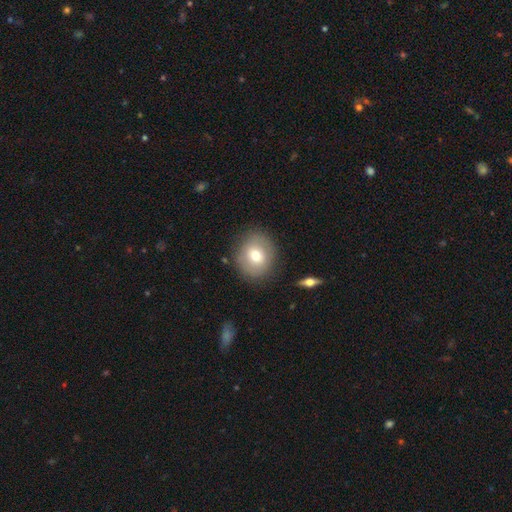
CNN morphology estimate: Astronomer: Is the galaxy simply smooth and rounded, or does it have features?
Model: smooth — 70%.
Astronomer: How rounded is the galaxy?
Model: round — 71%.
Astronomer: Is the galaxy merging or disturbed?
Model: none — 83%.